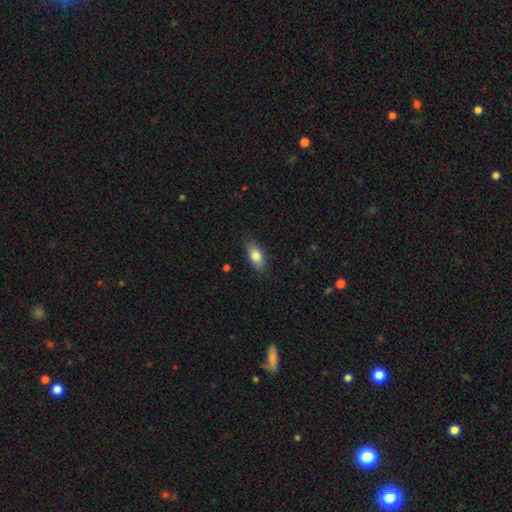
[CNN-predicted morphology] The model was most divided on "merging": none: 83%, minor disturbance: 13%, major disturbance: 3%, merger: 1%. More confident: how rounded — in between (85%); smooth or featured — smooth (82%).